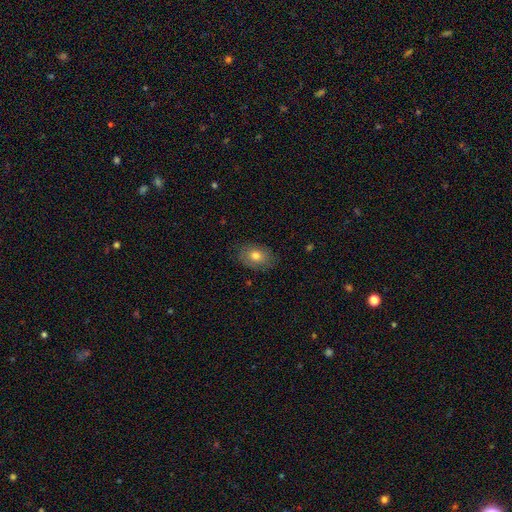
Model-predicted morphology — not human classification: This is likely a smooth galaxy (76%). How rounded: likely in between (76%). Merging: clearly none (82%).